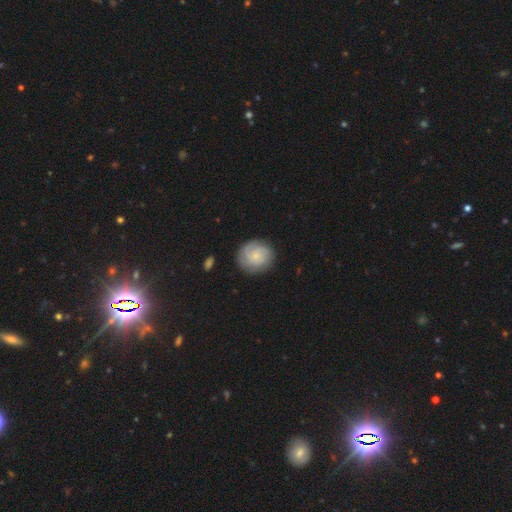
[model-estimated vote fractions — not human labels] Smooth or featured: featured or disk — 53% (smooth — 40%)
Edge-on disk: no — 98% (yes — 2%)
Bar: no — 78% (weak — 19%)
Spiral arms: yes — 90% (no — 10%)
Bulge size: small — 76% (moderate — 15%)
Merging: none — 82% (minor disturbance — 12%)